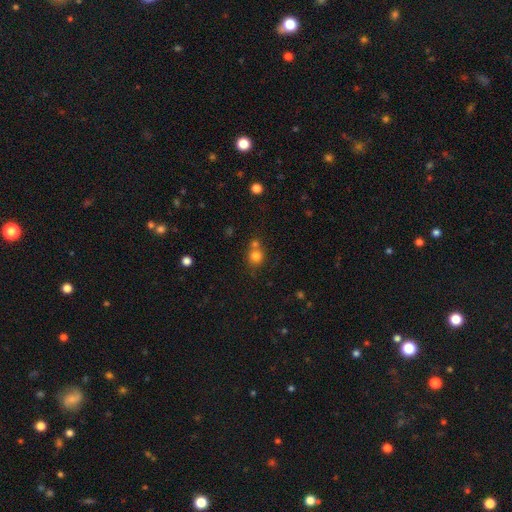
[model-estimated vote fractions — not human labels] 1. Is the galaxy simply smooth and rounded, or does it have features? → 79% smooth, 13% star or artifact, 8% featured or disk.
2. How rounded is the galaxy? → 85% round, 14% in between, 1% cigar-shaped.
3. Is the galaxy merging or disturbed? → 55% none, 33% merger, 9% minor disturbance, 3% major disturbance.